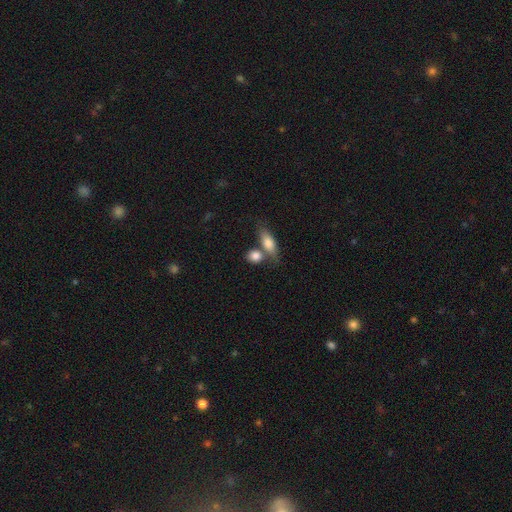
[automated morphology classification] Smooth or featured? smooth (83%)
How rounded? in between (58%)
Merging? none (46%)